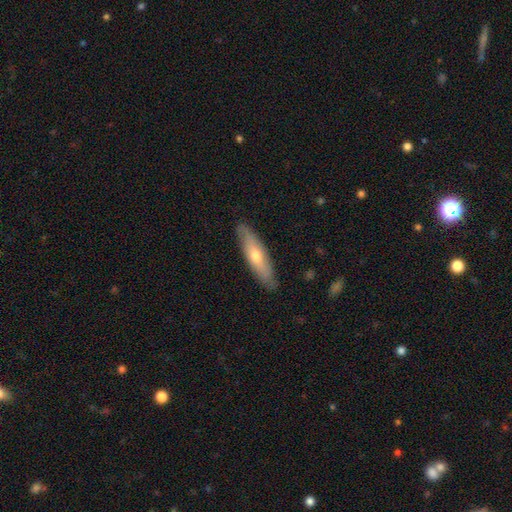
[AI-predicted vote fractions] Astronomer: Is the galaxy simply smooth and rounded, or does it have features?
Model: smooth — 48% (runner-up: featured or disk, 44%).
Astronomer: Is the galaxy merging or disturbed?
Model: none — 88%.